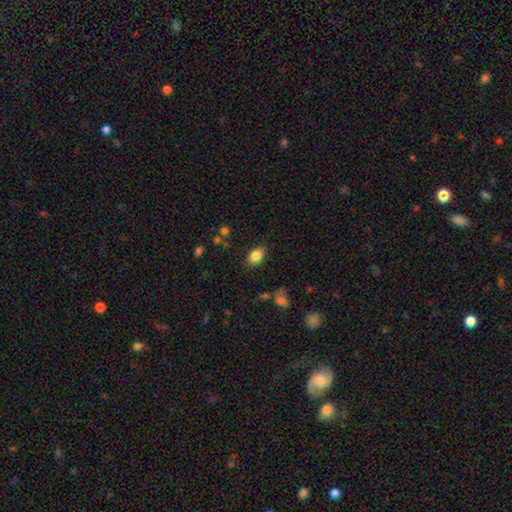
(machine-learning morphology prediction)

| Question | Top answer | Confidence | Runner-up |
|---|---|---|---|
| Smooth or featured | smooth | 84% | star or artifact (9%) |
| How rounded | in between | 83% | round (15%) |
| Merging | none | 83% | minor disturbance (12%) |